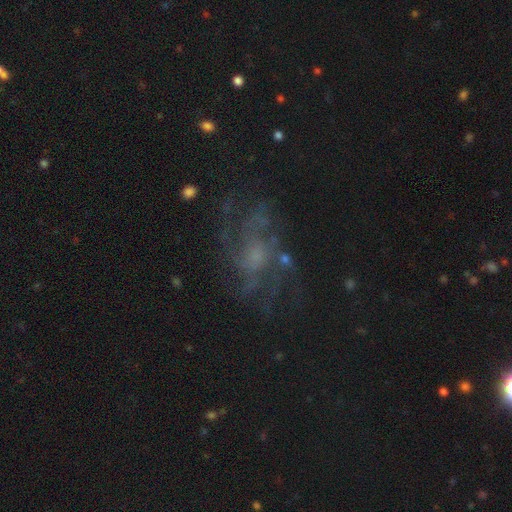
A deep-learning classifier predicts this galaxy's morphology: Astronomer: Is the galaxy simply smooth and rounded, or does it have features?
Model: featured or disk — 74%.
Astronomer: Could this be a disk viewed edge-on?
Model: no — 96%.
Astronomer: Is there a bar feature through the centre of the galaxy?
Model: no — 71%.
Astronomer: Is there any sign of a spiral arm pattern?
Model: yes — 85%.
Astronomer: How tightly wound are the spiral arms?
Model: medium — 44% (runner-up: tight, 28%).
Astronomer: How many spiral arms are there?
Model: can't tell — 38% (runner-up: 4, 18%).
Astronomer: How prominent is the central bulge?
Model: small — 40% (runner-up: moderate, 33%).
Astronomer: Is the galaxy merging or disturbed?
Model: none — 64%.